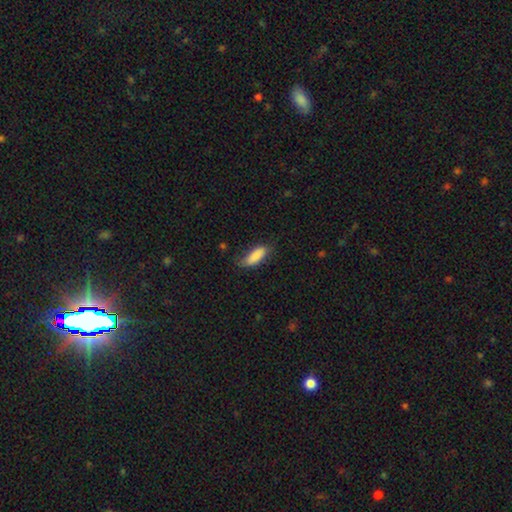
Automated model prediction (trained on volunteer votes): Smooth or featured? smooth (86%)
How rounded? in between (67%)
Merging? none (60%)